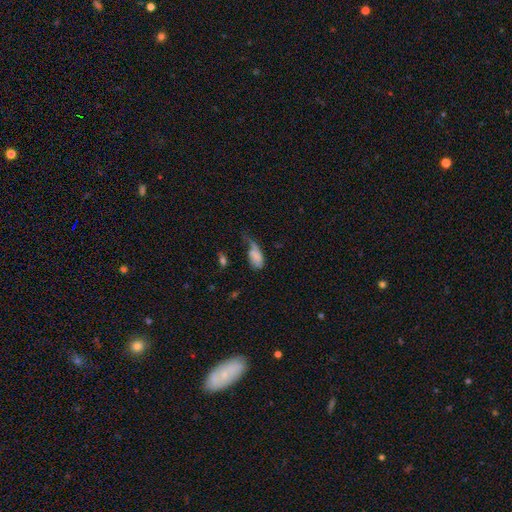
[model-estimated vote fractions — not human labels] smooth-or-featured: smooth: 69% | featured or disk: 22% | star or artifact: 9%
  how-rounded: in between: 90% | cigar-shaped: 6% | round: 4%
  merging: major disturbance: 45% | minor disturbance: 27% | none: 20% | merger: 7%